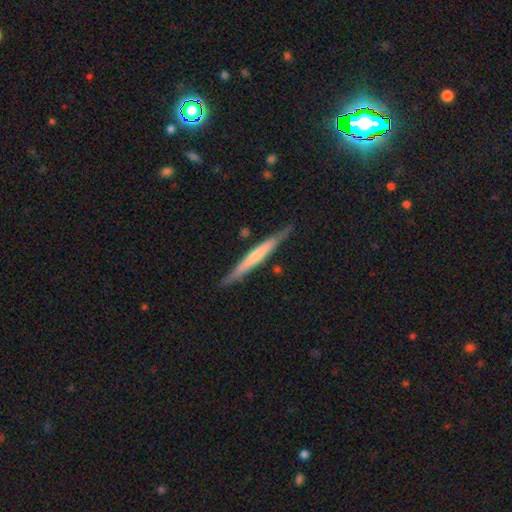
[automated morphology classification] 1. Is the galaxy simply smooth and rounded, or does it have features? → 52% featured or disk, 43% smooth, 5% star or artifact.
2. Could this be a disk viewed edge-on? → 96% yes, 4% no.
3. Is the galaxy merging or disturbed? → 85% none, 12% minor disturbance, 2% merger, 2% major disturbance.